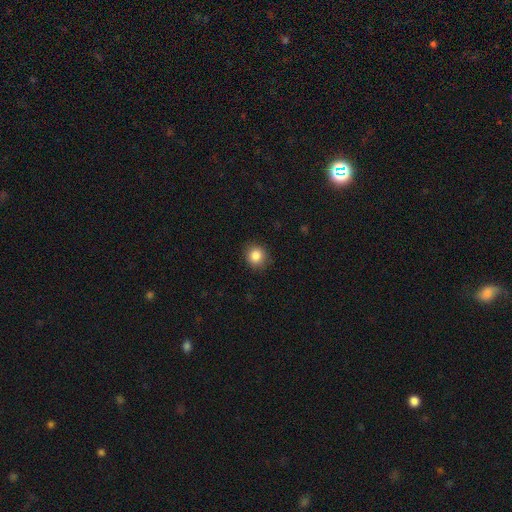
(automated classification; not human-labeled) Smooth or featured?
  - smooth: 85% *
  - star or artifact: 10%
  - featured or disk: 5%
How rounded?
  - round: 86% *
  - in between: 13%
  - cigar-shaped: 1%
Merging?
  - none: 90% *
  - minor disturbance: 7%
  - major disturbance: 2%
  - merger: 1%